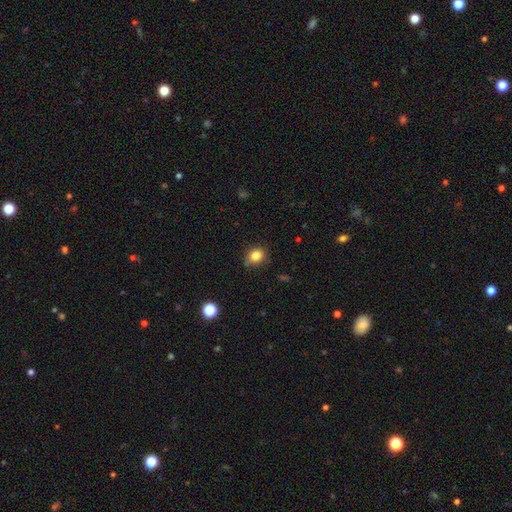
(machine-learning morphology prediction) Overall: smooth (83%). How rounded: round (58%; in between 41%). Merging: none (76%).